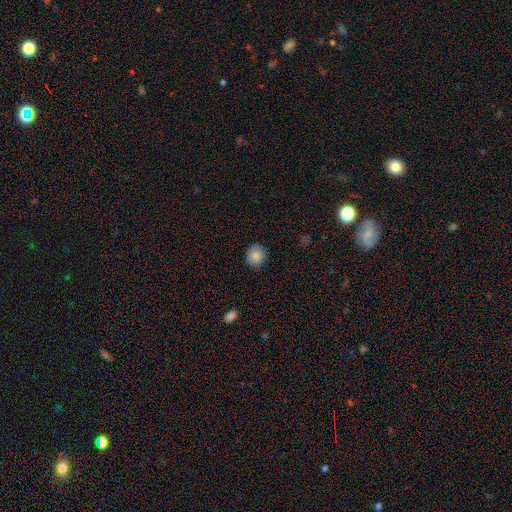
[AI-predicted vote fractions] A smooth galaxy with no disk features (86%) that is round (83%). Merging: none (88%).